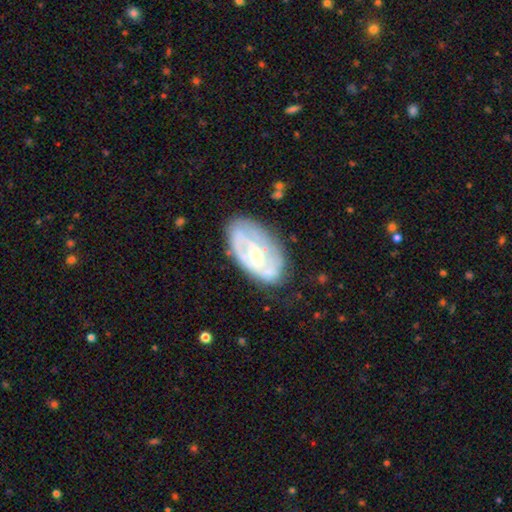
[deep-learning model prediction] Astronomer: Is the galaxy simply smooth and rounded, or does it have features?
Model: featured or disk — 72%.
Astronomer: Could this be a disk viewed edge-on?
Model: no — 94%.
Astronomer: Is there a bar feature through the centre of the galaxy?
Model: no — 51% (runner-up: weak, 35%).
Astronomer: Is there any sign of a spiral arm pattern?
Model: yes — 63%.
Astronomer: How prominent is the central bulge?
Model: moderate — 59% (runner-up: small, 34%).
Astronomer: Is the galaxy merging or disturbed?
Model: none — 64%.